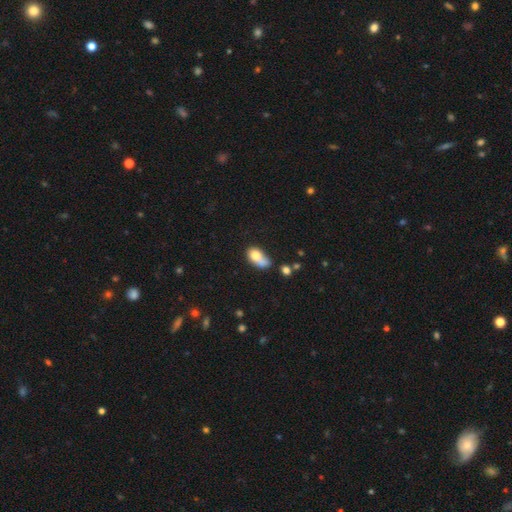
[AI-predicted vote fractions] This appears to be a smooth galaxy with no disk features (72%) that is in between round and cigar-shaped (78%). Merging: merger (44%).